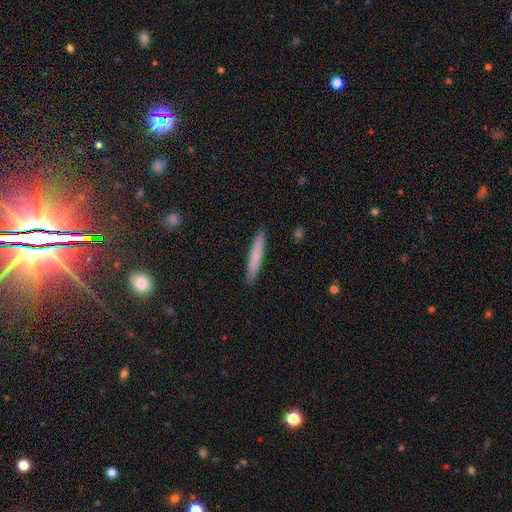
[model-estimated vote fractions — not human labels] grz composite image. It shows a smooth galaxy with no disk features (74%) that is cigar-shaped (94%). Merging: none (91%).